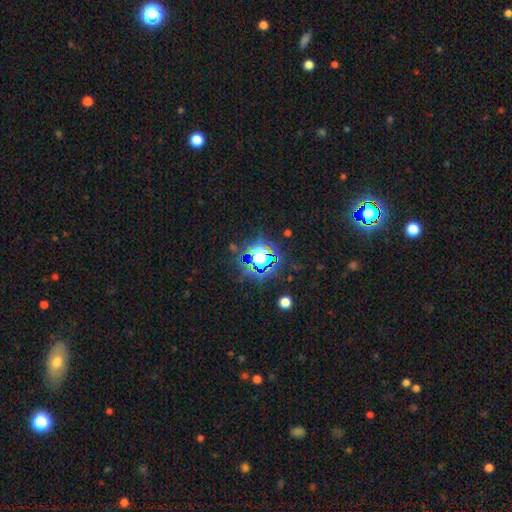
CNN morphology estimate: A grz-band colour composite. It shows a star or artifact, not a galaxy (76%).